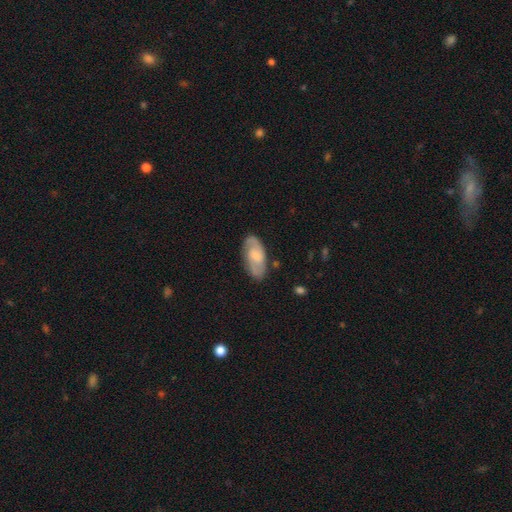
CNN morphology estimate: The model was most divided on "bulge size": moderate: 36%, small: 31%, none: 18%, large: 13%, dominant: 2%. More confident: edge-on disk — no (93%); spiral arms — yes (82%); merging — none (77%); smooth or featured — featured or disk (58%); bar — no (54%).